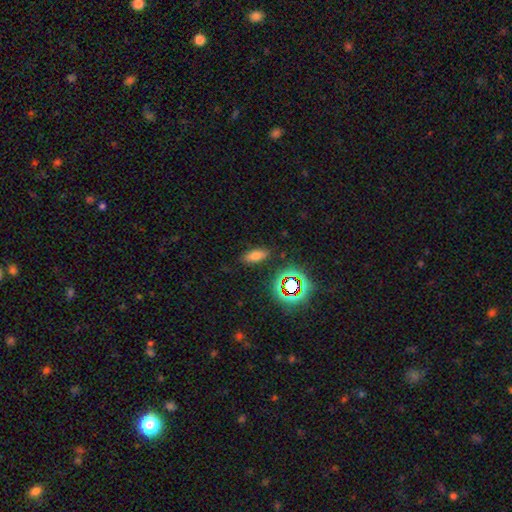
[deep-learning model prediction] Smooth or featured? smooth (68%)
How rounded? in between (77%)
Merging? none (84%)